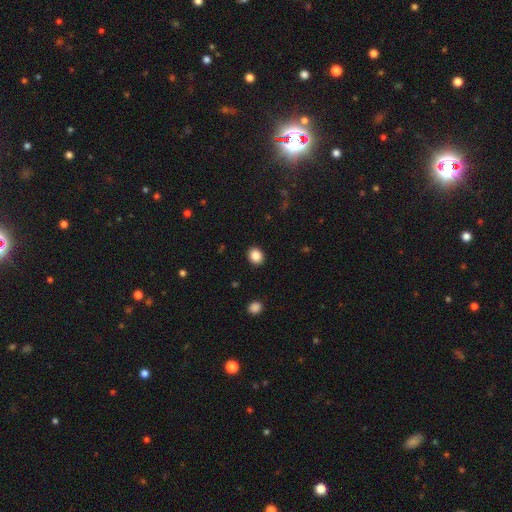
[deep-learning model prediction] Morphology: type=smooth (87%); roundness=round (59%); merging=none (91%).